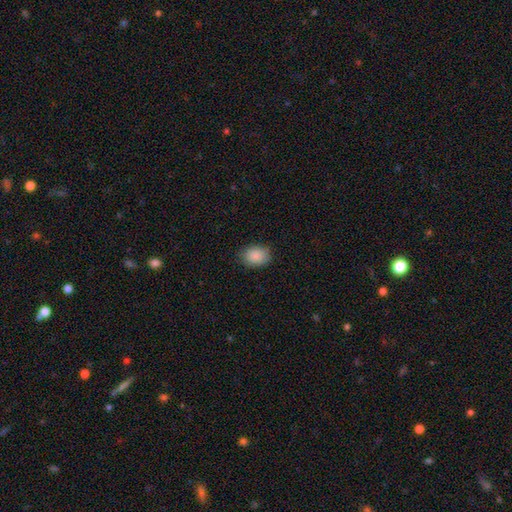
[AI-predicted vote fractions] The model was most divided on "how rounded": in between: 68%, round: 31%, cigar-shaped: 1%. More confident: smooth or featured — smooth (89%); merging — none (84%).